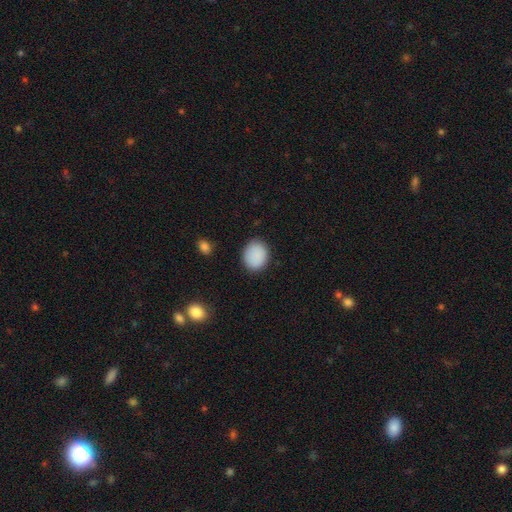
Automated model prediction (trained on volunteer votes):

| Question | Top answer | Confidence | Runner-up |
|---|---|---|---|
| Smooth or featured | smooth | 89% | star or artifact (8%) |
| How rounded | round | 63% | in between (36%) |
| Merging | none | 87% | minor disturbance (9%) |